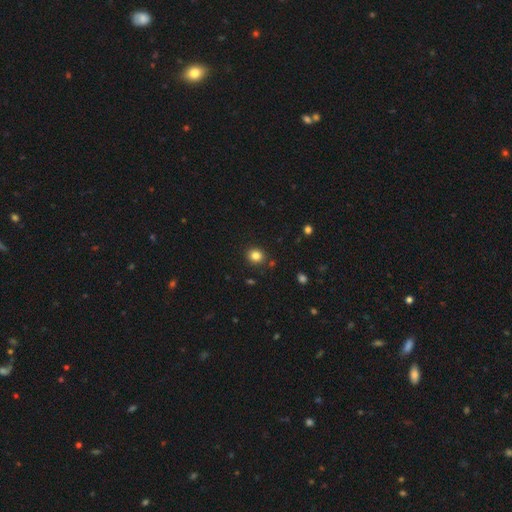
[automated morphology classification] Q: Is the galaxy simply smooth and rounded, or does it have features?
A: smooth — 83%.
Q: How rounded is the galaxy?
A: round — 78%.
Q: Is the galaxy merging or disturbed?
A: none — 88%.